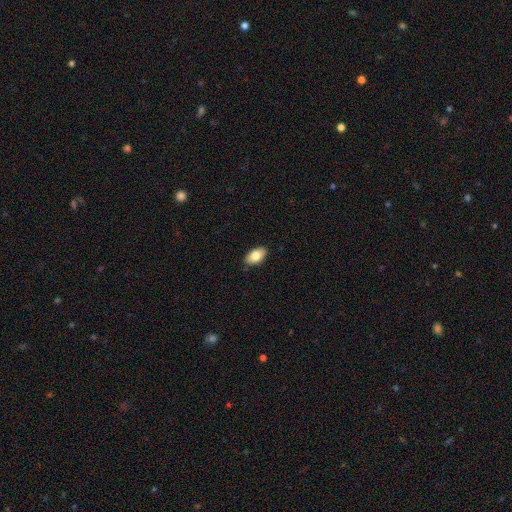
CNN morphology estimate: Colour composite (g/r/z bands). It shows a smooth galaxy with no disk features (82%) that is in between round and cigar-shaped (93%). Merging: none (89%).